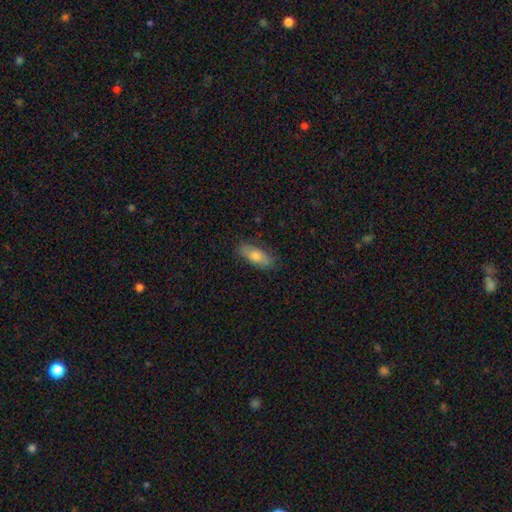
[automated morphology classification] smooth-or-featured: smooth: 72% | featured or disk: 21% | star or artifact: 7%
  how-rounded: in between: 70% | cigar-shaped: 28% | round: 3%
  merging: none: 84% | minor disturbance: 13% | major disturbance: 2% | merger: 1%